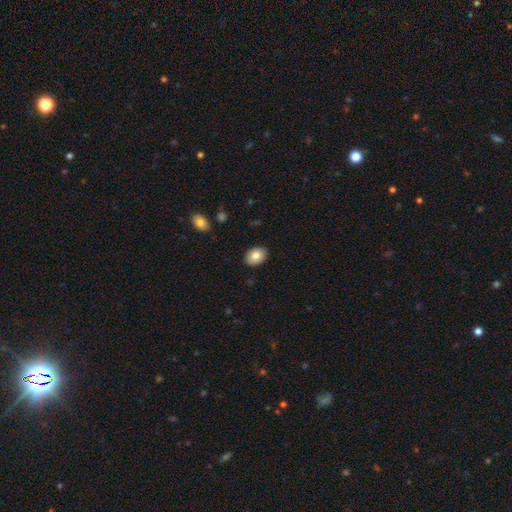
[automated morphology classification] type=smooth (82%); roundness=in between (74%); merging=none (89%).